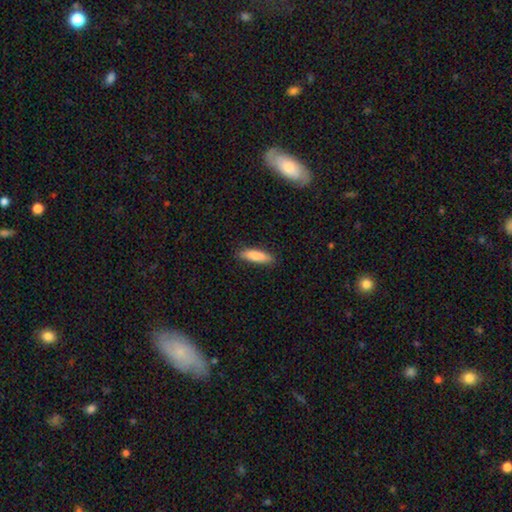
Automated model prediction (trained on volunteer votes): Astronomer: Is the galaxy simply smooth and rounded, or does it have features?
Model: smooth — 86%.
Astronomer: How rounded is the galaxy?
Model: cigar-shaped — 65%.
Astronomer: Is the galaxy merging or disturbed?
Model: none — 86%.